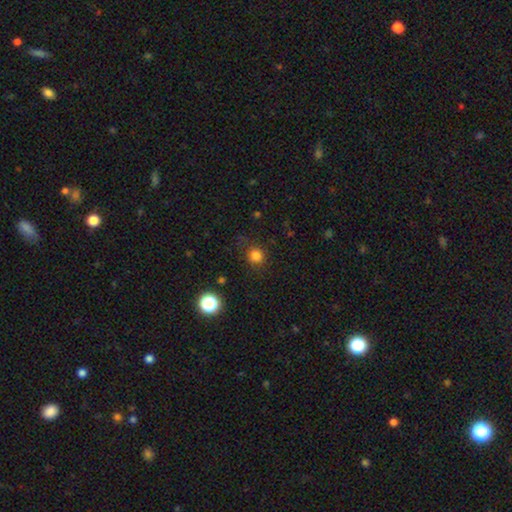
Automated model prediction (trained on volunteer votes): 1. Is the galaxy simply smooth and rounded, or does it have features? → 81% smooth, 15% star or artifact, 4% featured or disk.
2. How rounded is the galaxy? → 88% round, 11% in between, 1% cigar-shaped.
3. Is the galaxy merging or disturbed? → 81% none, 12% minor disturbance, 5% major disturbance, 1% merger.